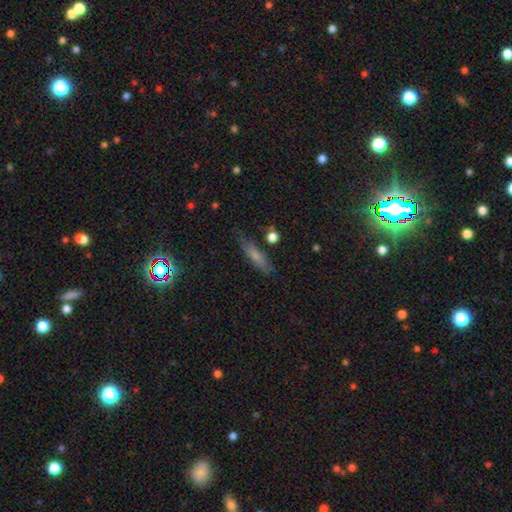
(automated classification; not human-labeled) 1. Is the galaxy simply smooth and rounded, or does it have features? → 61% smooth, 27% featured or disk, 13% star or artifact.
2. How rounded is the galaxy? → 65% cigar-shaped, 30% in between, 4% round.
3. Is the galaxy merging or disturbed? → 72% none, 19% minor disturbance, 5% major disturbance, 3% merger.